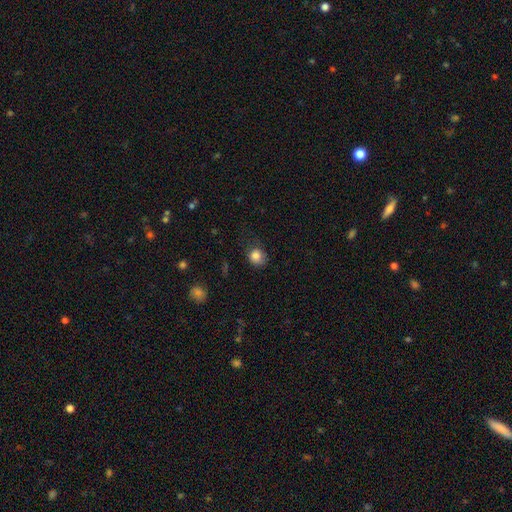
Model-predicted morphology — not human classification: This is clearly a smooth galaxy (83%). How rounded: likely round (74%). Merging: likely none (65%).